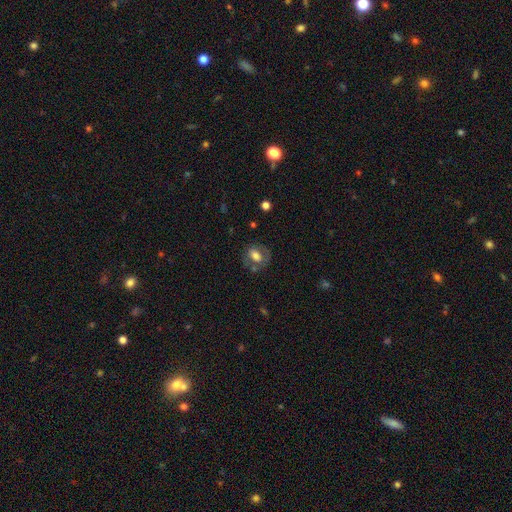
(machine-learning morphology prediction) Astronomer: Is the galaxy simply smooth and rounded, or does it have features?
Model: smooth — 61%.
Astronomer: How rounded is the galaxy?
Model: in between — 59% (runner-up: round, 39%).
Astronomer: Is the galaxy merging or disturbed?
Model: none — 62%.